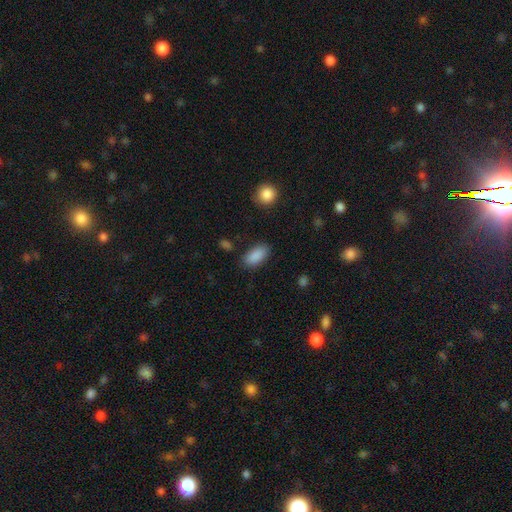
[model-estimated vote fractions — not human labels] Smooth or featured?
  - smooth: 89% *
  - star or artifact: 7%
  - featured or disk: 4%
How rounded?
  - in between: 92% *
  - cigar-shaped: 5%
  - round: 3%
Merging?
  - none: 84% *
  - minor disturbance: 11%
  - major disturbance: 3%
  - merger: 2%